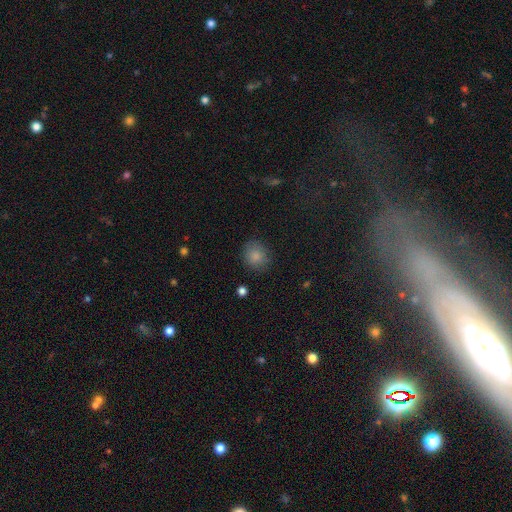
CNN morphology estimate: smooth_or_featured: smooth (p=0.85) [alt: star or artifact p=0.10]
how_rounded: round (p=0.77) [alt: in between p=0.22]
merging: none (p=0.83) [alt: minor disturbance p=0.12]